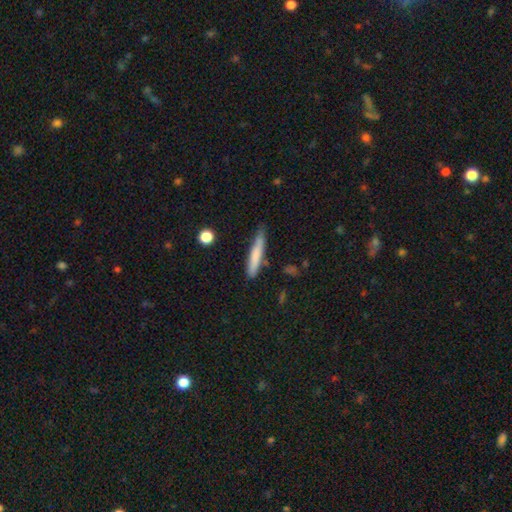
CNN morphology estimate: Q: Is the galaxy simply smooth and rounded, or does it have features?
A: smooth — 75%.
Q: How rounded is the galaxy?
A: cigar-shaped — 91%.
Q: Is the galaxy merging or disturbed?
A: none — 72%.